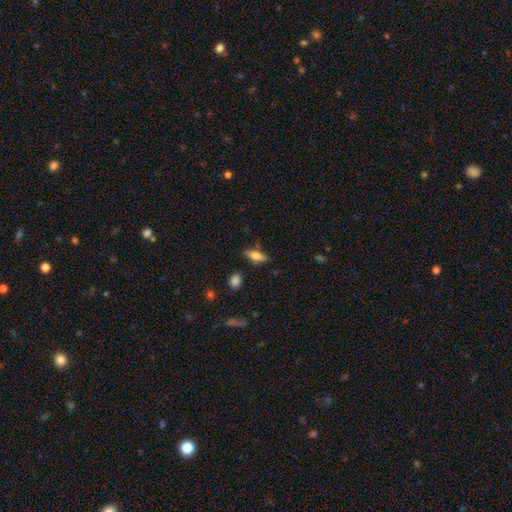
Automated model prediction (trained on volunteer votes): This is possibly a smooth galaxy (59%). How rounded: likely in between (70%). Merging: likely none (79%).